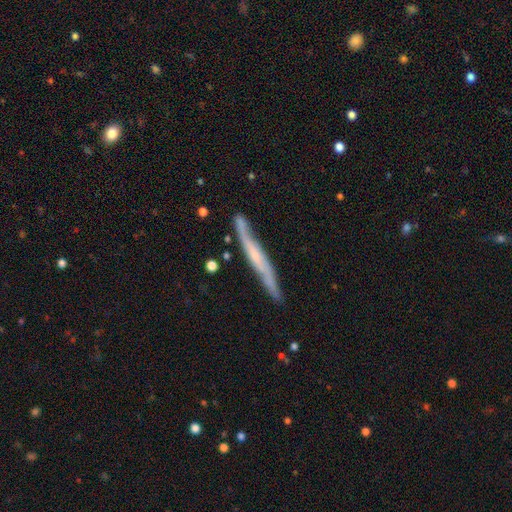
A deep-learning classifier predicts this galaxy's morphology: This is likely a featured or disk galaxy (69%). It is clearly viewed edge-on (81%). Edge-on bulge: possibly none (60%). Merging: likely none (77%).